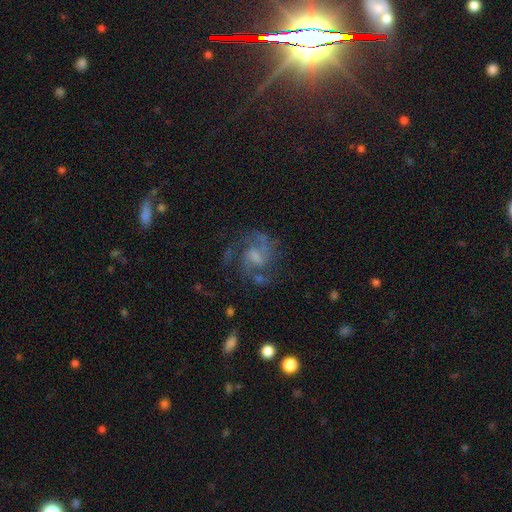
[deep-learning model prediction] smooth_or_featured: featured or disk (p=0.81) [alt: smooth p=0.10]
disk_edge_on: no (p=0.98) [alt: yes p=0.02]
bar: weak (p=0.48) [alt: no p=0.42]
has_spiral_arms: yes (p=0.94) [alt: no p=0.06]
spiral_winding: medium (p=0.57) [alt: tight p=0.25]
spiral_arm_count: 2 (p=0.62) [alt: 3 p=0.15]
bulge_size: moderate (p=0.38) [alt: small p=0.31]
merging: none (p=0.65) [alt: minor disturbance p=0.17]